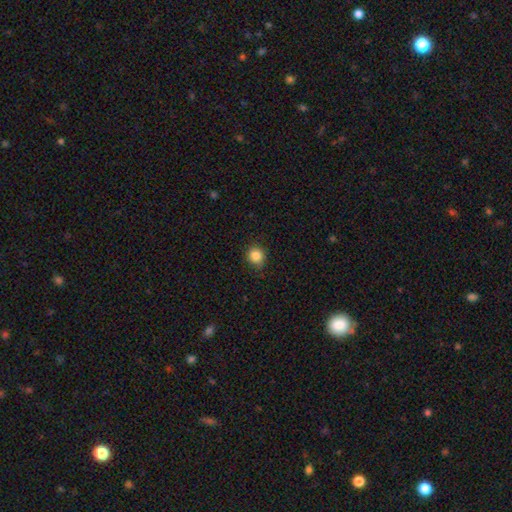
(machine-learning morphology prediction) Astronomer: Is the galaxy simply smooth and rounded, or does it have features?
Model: smooth — 86%.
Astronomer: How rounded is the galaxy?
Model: round — 83%.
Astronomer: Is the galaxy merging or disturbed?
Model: none — 82%.